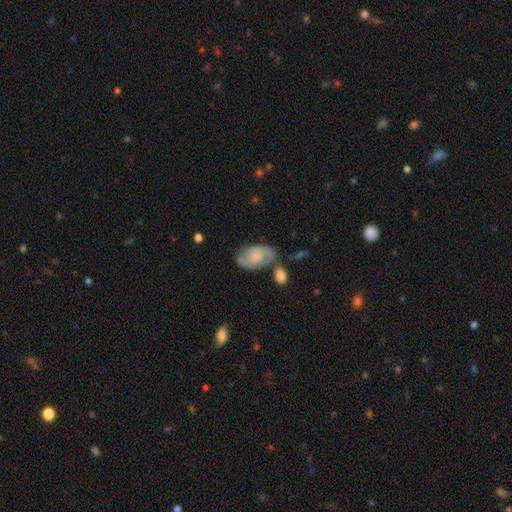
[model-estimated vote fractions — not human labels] A featured or disk galaxy (69%) with no bar (65%), 2 (86%) medium (48%) spiral arms (92%) and no central bulge (39%).

Vote fractions:
- Smooth or featured? featured or disk: 69% / smooth: 24% / star or artifact: 7%
- Edge-on disk? no: 97% / yes: 3%
- Bar? no: 65% / weak: 30% / strong: 5%
- Spiral arms? yes: 92% / no: 8%
- Spiral winding? medium: 48% / tight: 30% / loose: 21%
- Spiral arm count? 2: 86% / can't tell: 8% / 3: 2% / 1: 2% / 4: 1% / more than 4: 1%
- Bulge size? none: 39% / small: 34% / moderate: 18% / large: 7% / dominant: 2%
- Merging? none: 57% / minor disturbance: 21% / merger: 14% / major disturbance: 8%